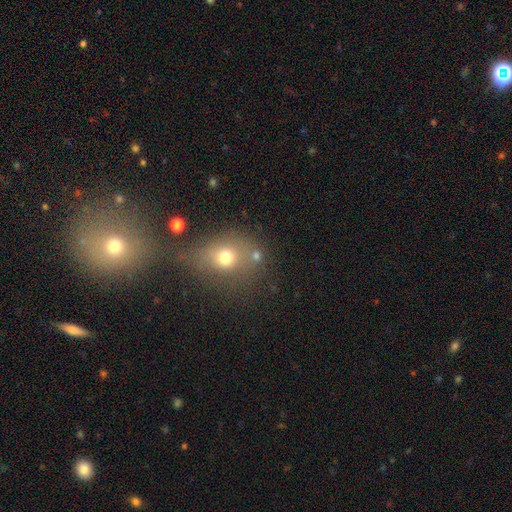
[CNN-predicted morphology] Smooth or featured? smooth (66%)
How rounded? round (59%)
Merging? none (51%)